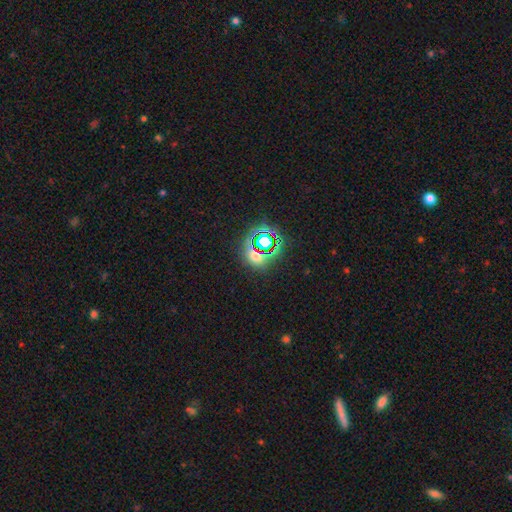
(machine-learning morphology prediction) Smooth or featured: star or artifact — 58% (smooth — 33%)